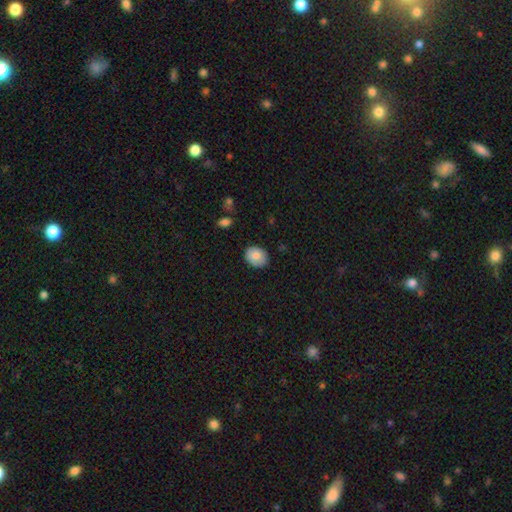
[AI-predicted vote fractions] Smooth or featured? Predicted: smooth (p=0.78). How rounded? Predicted: round (p=0.51). Merging? Predicted: none (p=0.85).